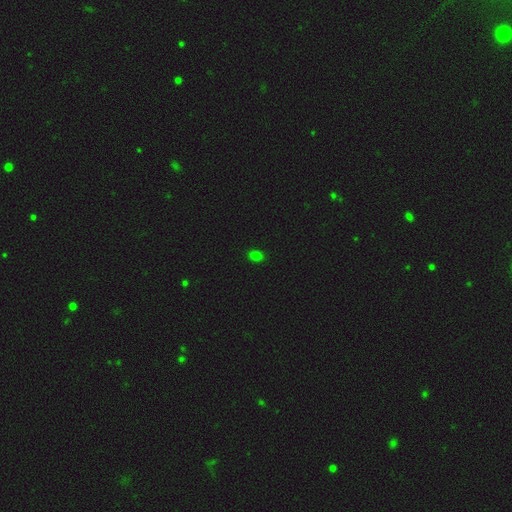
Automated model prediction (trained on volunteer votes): Smooth or featured: smooth — 77% (star or artifact — 19%)
How rounded: in between — 75% (round — 23%)
Merging: none — 88% (minor disturbance — 8%)